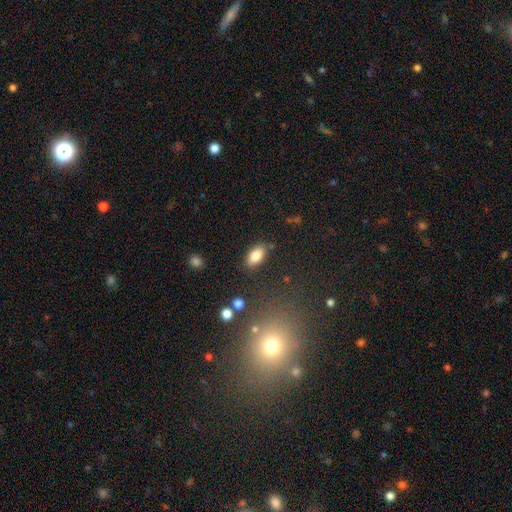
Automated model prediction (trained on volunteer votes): A smooth galaxy with no disk features (84%) that is in between round and cigar-shaped (92%).

Vote fractions:
- Smooth or featured? smooth: 84% / star or artifact: 8% / featured or disk: 8%
- How rounded? in between: 92% / cigar-shaped: 4% / round: 4%
- Merging? none: 83% / minor disturbance: 11% / major disturbance: 3% / merger: 3%